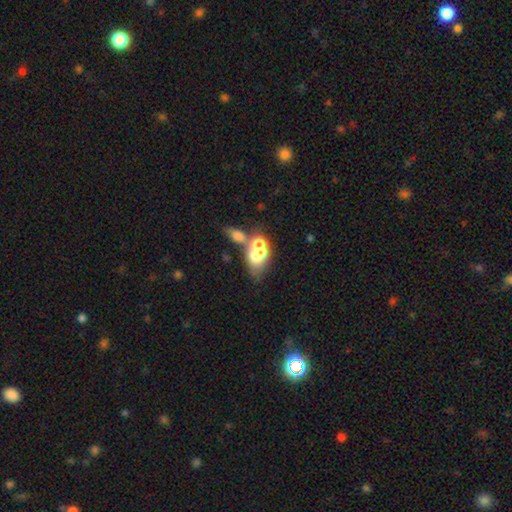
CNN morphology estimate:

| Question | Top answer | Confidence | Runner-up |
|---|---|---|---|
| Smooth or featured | smooth | 49% | featured or disk (35%) |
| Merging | merger | 55% | none (25%) |